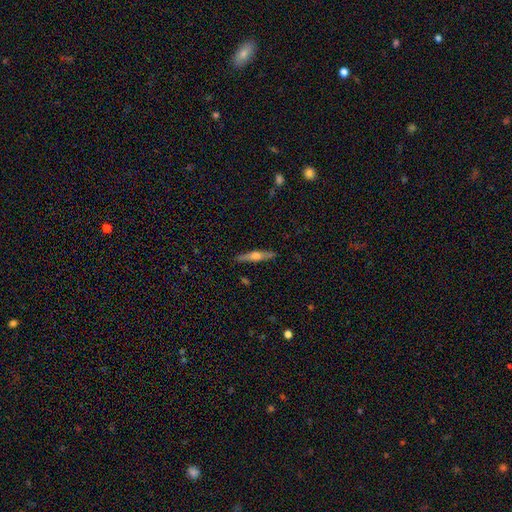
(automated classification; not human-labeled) Smooth or featured? Predicted: featured or disk (p=0.61). Edge-on disk? Predicted: yes (p=0.96). Edge-on bulge? Predicted: rounded (p=0.90). Merging? Predicted: none (p=0.88).